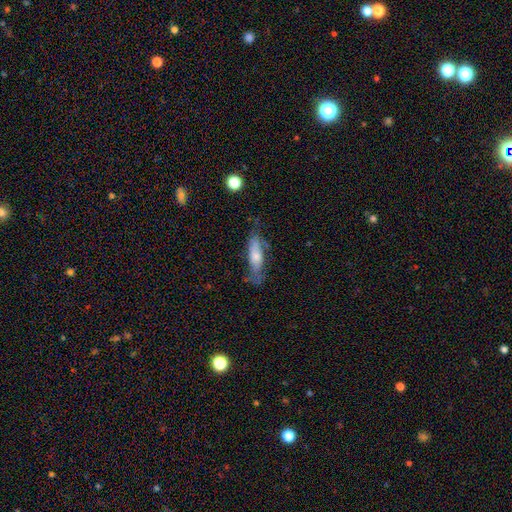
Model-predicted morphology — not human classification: Smooth or featured?
  - smooth: 56% *
  - featured or disk: 37%
  - star or artifact: 7%
How rounded?
  - cigar-shaped: 50% *
  - in between: 48%
  - round: 2%
Merging?
  - none: 55% *
  - minor disturbance: 29%
  - major disturbance: 13%
  - merger: 3%